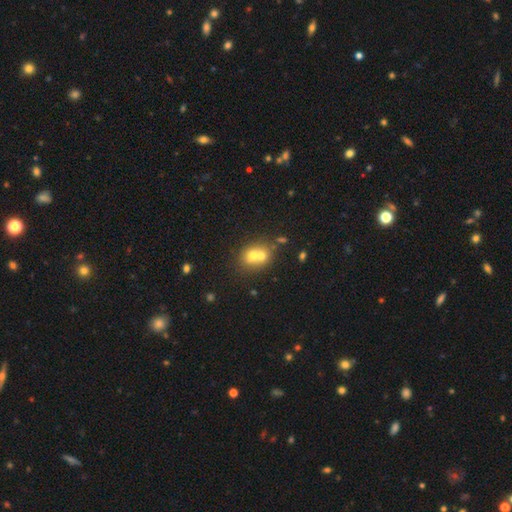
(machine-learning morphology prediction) type=smooth (64%); roundness=round (66%); merging=merger (64%).